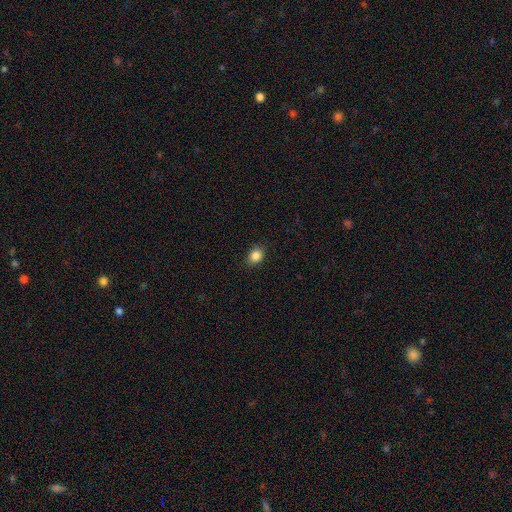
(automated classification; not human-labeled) Smooth or featured? Predicted: smooth (p=0.86). How rounded? Predicted: round (p=0.62). Merging? Predicted: none (p=0.87).